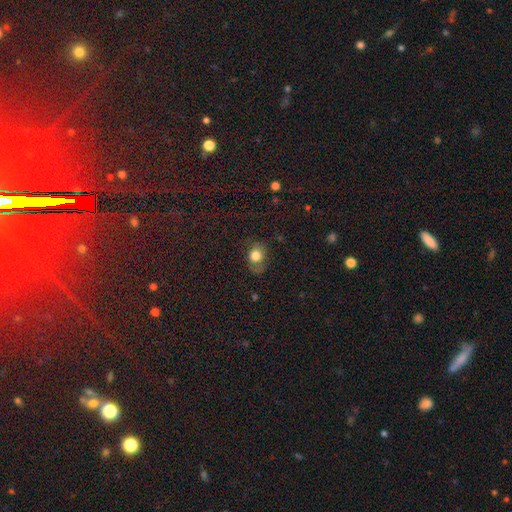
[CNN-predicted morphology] smooth 74%, featured or disk 14%, star or artifact 12%. Down the decision tree: how rounded — in between (51%); merging — none (64%).